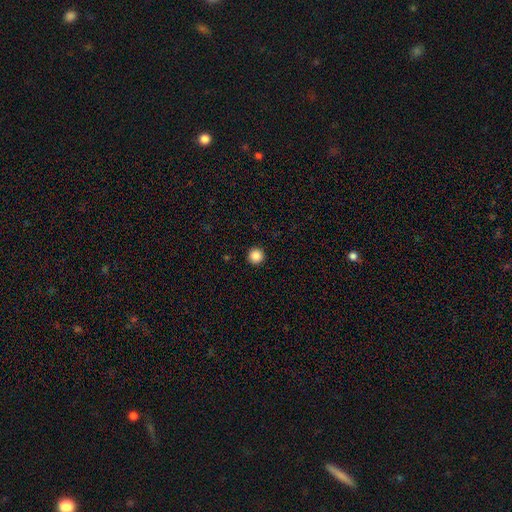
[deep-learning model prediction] Q: Smooth or featured?
A: smooth (87%); runner-up: star or artifact (10%)
Q: How rounded?
A: round (97%); runner-up: in between (2%)
Q: Merging?
A: none (94%); runner-up: minor disturbance (4%)